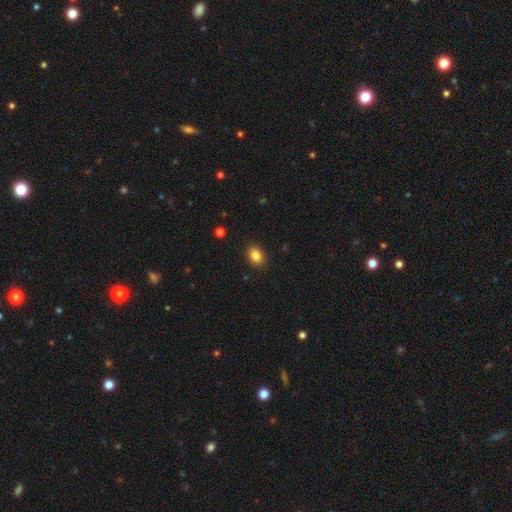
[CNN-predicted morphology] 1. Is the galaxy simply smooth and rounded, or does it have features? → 85% smooth, 10% star or artifact, 5% featured or disk.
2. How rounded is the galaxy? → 72% in between, 27% round, 1% cigar-shaped.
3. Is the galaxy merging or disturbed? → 89% none, 8% minor disturbance, 2% major disturbance, 1% merger.